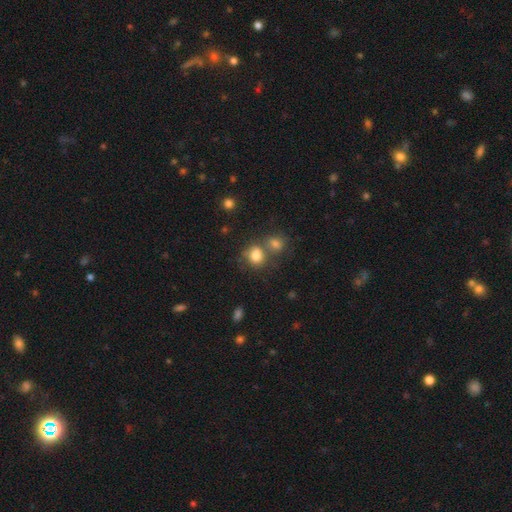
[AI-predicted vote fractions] smooth_or_featured: smooth (p=0.80) [alt: star or artifact p=0.11]
how_rounded: round (p=0.66) [alt: in between p=0.33]
merging: none (p=0.45) [alt: merger p=0.38]